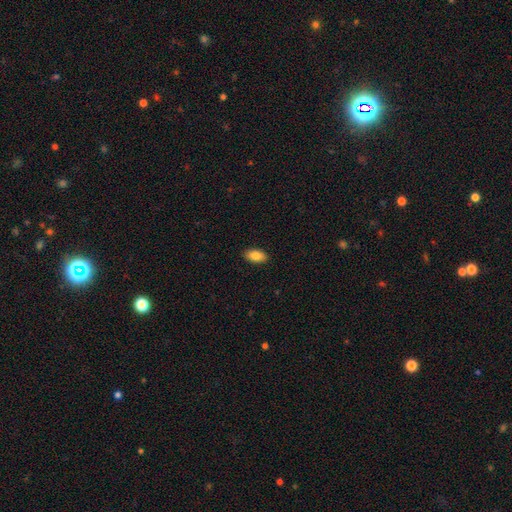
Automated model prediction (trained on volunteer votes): Overall: smooth (85%). How rounded: in between (93%). Merging: none (90%).